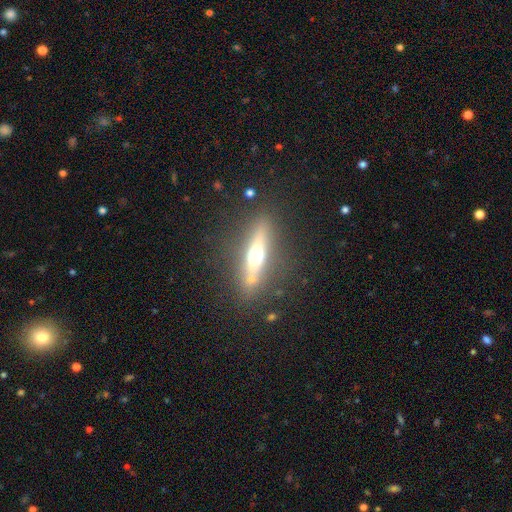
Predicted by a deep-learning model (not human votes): smooth-or-featured: featured or disk: 57% | smooth: 34% | star or artifact: 9%
  disk-edge-on: yes: 87% | no: 13%
    edge-on-bulge: rounded: 94% | boxy: 3% | none: 3%
  merging: none: 81% | minor disturbance: 11% | merger: 4% | major disturbance: 4%